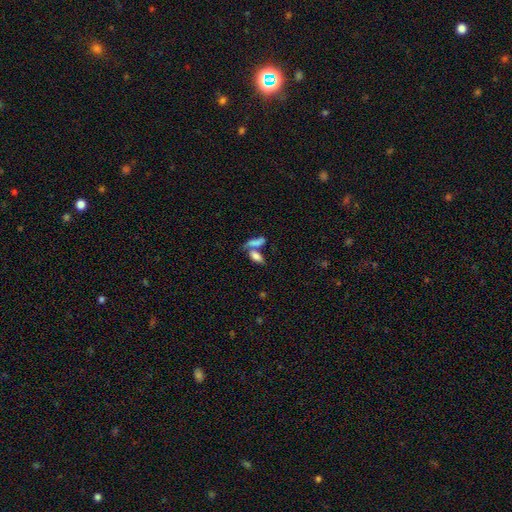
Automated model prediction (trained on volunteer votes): smooth-or-featured: smooth: 77% | featured or disk: 14% | star or artifact: 9%
  how-rounded: in between: 77% | cigar-shaped: 19% | round: 4%
  merging: merger: 51% | none: 36% | minor disturbance: 8% | major disturbance: 5%